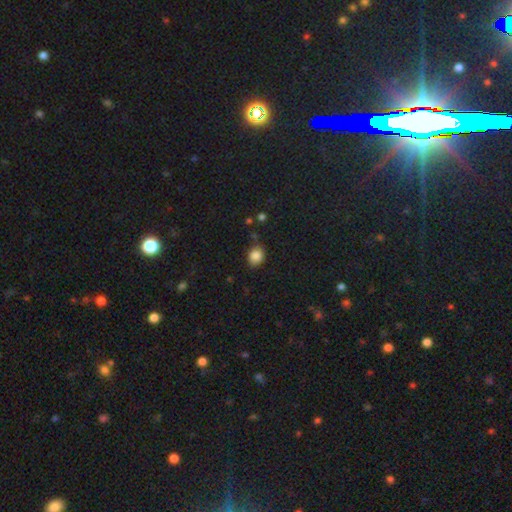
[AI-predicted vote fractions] Morphology: type=smooth (86%); roundness=round (59%); merging=none (77%).